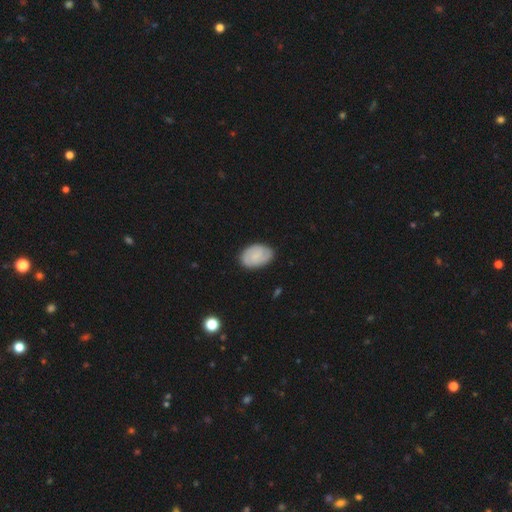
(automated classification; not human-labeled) smooth 57%, featured or disk 36%, star or artifact 7%. Down the decision tree: how rounded — in between (87%); merging — none (82%).